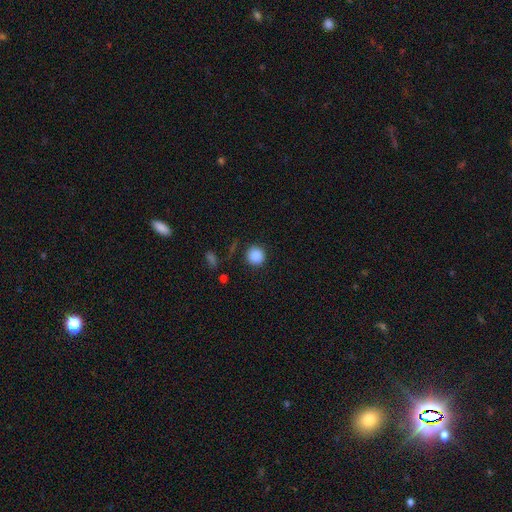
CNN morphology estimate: A smooth galaxy with no disk features (87%) that is round (94%).

Vote fractions:
- Smooth or featured? smooth: 87% / star or artifact: 10% / featured or disk: 3%
- How rounded? round: 94% / in between: 5% / cigar-shaped: 1%
- Merging? none: 88% / minor disturbance: 7% / major disturbance: 3% / merger: 2%